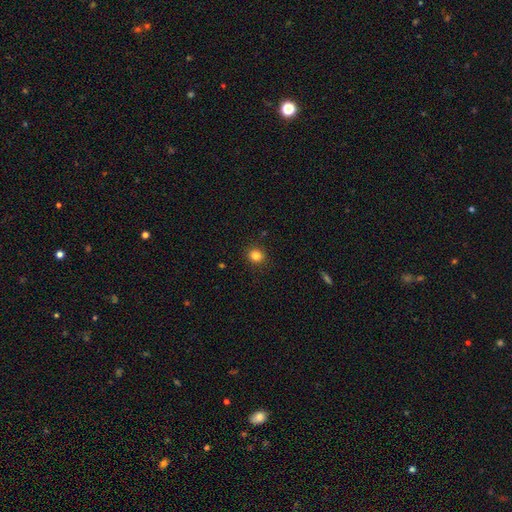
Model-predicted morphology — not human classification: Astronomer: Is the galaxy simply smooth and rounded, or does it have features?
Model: smooth — 84%.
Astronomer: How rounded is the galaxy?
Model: round — 80%.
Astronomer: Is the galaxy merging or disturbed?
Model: none — 90%.